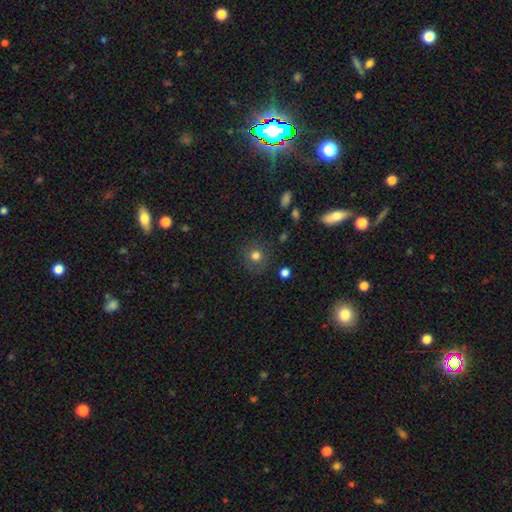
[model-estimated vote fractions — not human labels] The model was most divided on "smooth or featured": smooth: 78%, star or artifact: 13%, featured or disk: 8%. More confident: how rounded — round (89%); merging — none (82%).